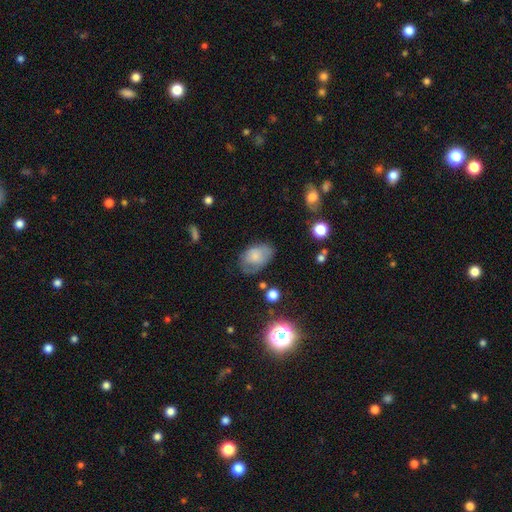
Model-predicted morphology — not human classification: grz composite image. It shows a smooth galaxy with no disk features (69%) that is in between round and cigar-shaped (86%). Merging: none (53%).